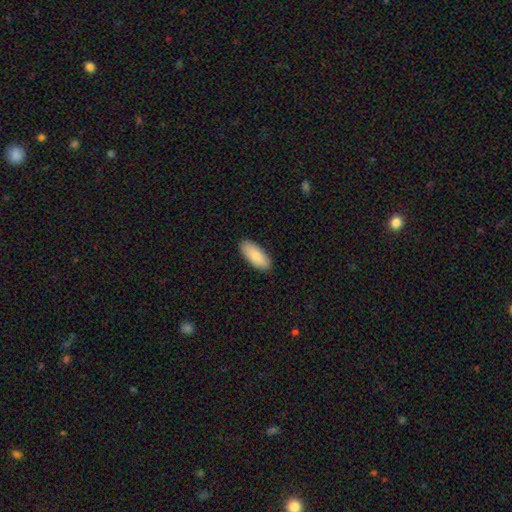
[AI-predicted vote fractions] Morphology: type=smooth (84%); roundness=in between (85%); merging=none (88%).